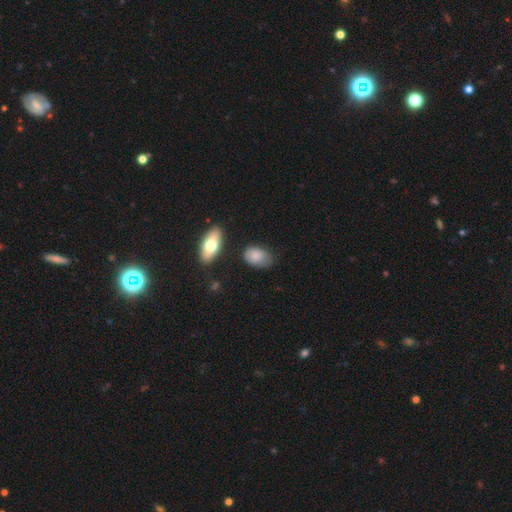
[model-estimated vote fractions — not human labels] Q: Smooth or featured?
A: smooth (83%); runner-up: featured or disk (10%)
Q: How rounded?
A: in between (89%); runner-up: round (10%)
Q: Merging?
A: none (59%); runner-up: minor disturbance (30%)